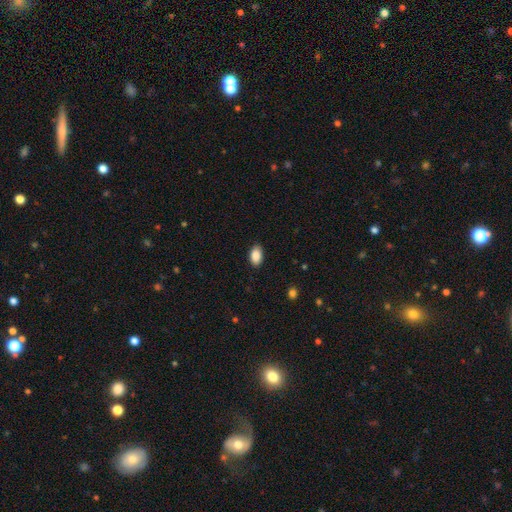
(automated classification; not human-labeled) This appears to be a smooth galaxy with no disk features (89%) that is in between round and cigar-shaped (92%). Merging: none (88%).